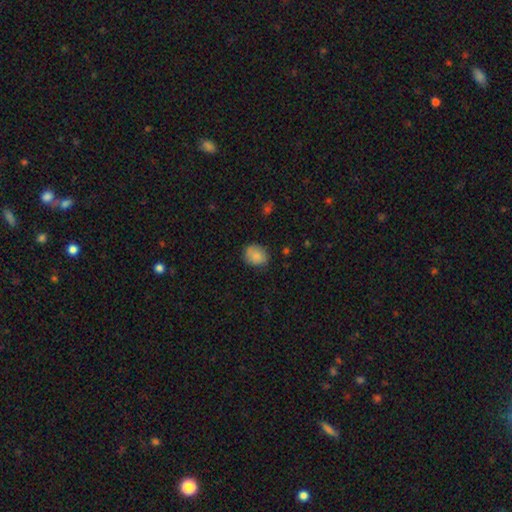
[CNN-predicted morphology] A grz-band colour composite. It shows a smooth galaxy with no disk features (85%) that is round (62%). Merging: none (75%).